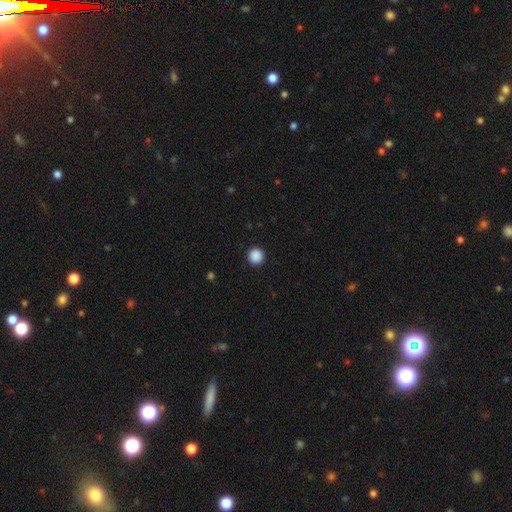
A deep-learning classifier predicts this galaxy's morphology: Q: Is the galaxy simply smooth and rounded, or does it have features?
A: smooth — 89%.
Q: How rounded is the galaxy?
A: round — 96%.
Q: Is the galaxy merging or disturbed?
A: none — 93%.